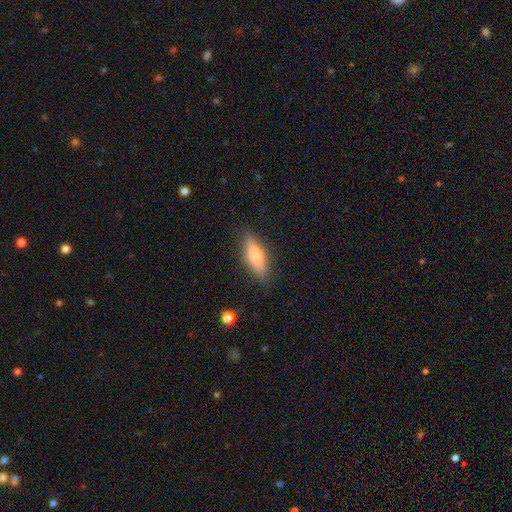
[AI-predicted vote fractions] smooth_or_featured: smooth (p=0.69) [alt: featured or disk p=0.24]
how_rounded: in between (p=0.54) [alt: cigar-shaped p=0.43]
merging: none (p=0.83) [alt: minor disturbance p=0.13]